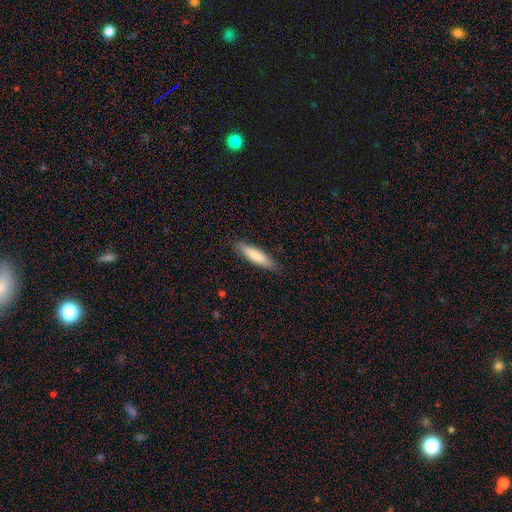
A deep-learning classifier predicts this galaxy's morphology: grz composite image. It shows a smooth galaxy with no disk features (80%) that is cigar-shaped (80%). Merging: none (88%).